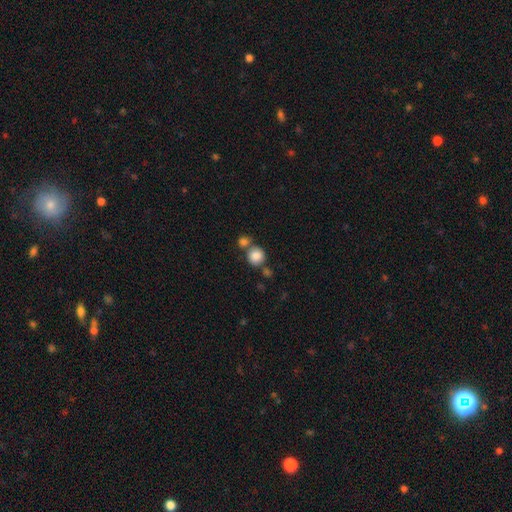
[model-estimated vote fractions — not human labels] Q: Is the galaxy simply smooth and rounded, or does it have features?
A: smooth — 85%.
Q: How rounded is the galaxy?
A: round — 89%.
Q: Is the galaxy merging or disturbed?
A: none — 58%.